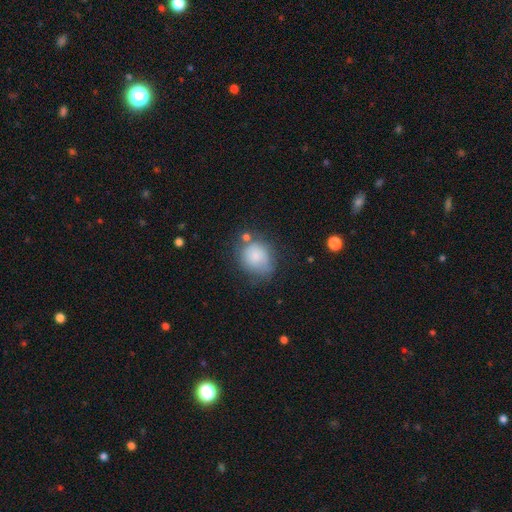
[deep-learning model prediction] Q: Smooth or featured?
A: smooth (75%); runner-up: featured or disk (16%)
Q: How rounded?
A: round (62%); runner-up: in between (37%)
Q: Merging?
A: none (50%); runner-up: minor disturbance (28%)